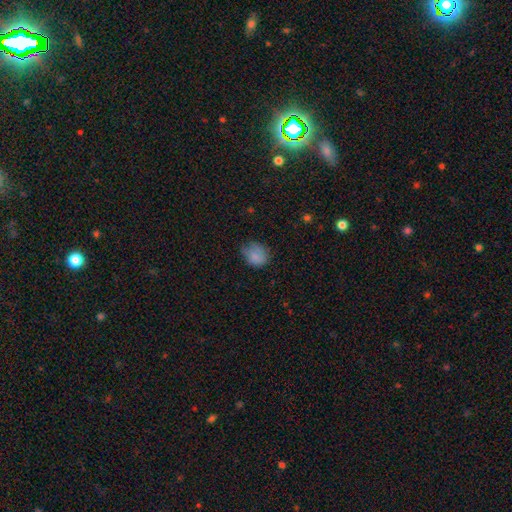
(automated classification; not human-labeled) smooth-or-featured: smooth: 82% | star or artifact: 10% | featured or disk: 9%
  how-rounded: round: 63% | in between: 36% | cigar-shaped: 1%
  merging: none: 58% | minor disturbance: 31% | major disturbance: 9% | merger: 2%